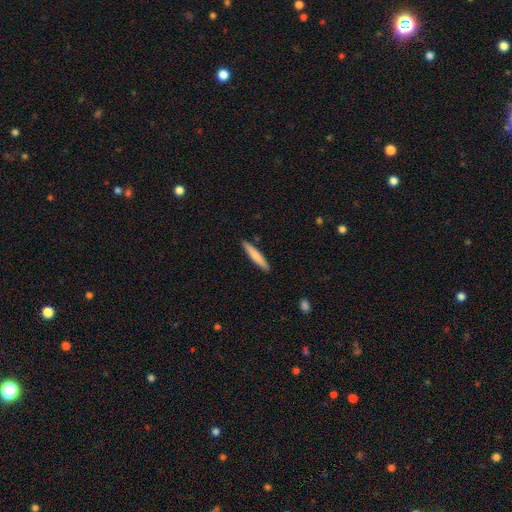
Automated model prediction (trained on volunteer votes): Morphology: type=smooth (75%); roundness=cigar-shaped (93%); merging=none (90%).